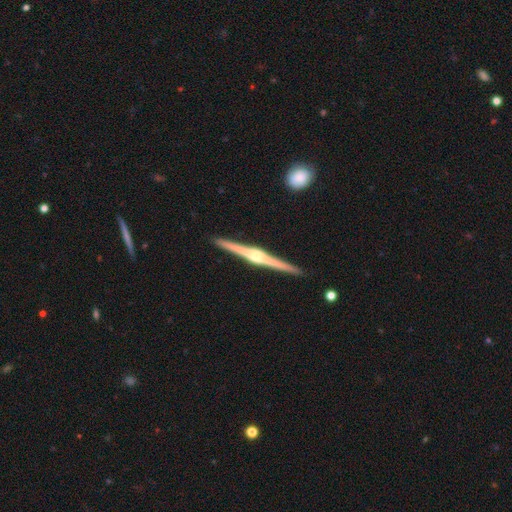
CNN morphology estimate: type=featured or disk (87%); edge-on=yes (99%); edge-on bulge=rounded (88%); merging=none (92%).